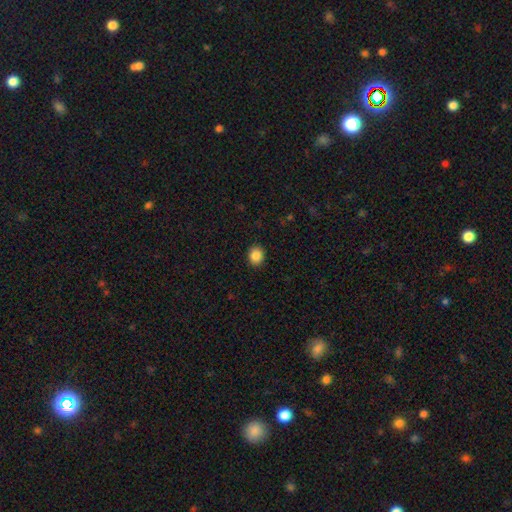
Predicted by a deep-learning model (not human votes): A smooth galaxy with no disk features (87%) that is round (67%). Merging: none (91%).